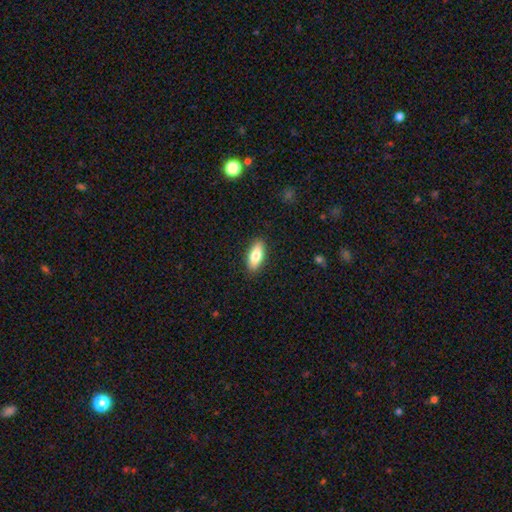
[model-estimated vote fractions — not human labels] Smooth or featured: smooth — 77% (featured or disk — 17%)
How rounded: in between — 79% (cigar-shaped — 18%)
Merging: none — 89% (minor disturbance — 8%)